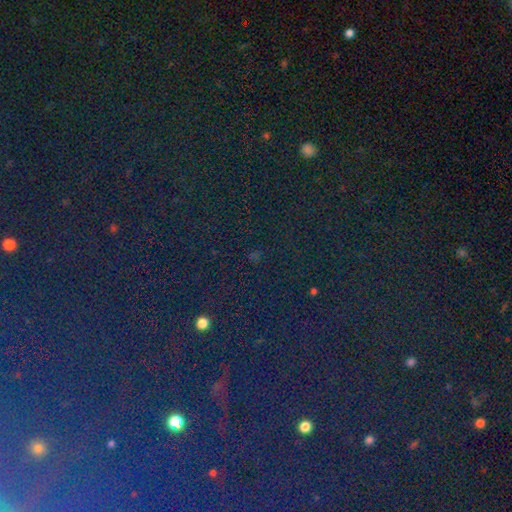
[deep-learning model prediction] A star or artifact, not a galaxy (79%).